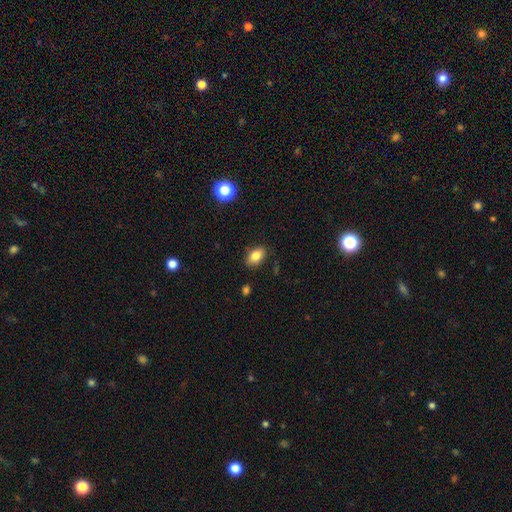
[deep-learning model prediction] A smooth galaxy with no disk features (83%) that is in between round and cigar-shaped (86%).

Vote fractions:
- Smooth or featured? smooth: 83% / star or artifact: 9% / featured or disk: 8%
- How rounded? in between: 86% / round: 12% / cigar-shaped: 2%
- Merging? none: 85% / minor disturbance: 11% / major disturbance: 3% / merger: 2%